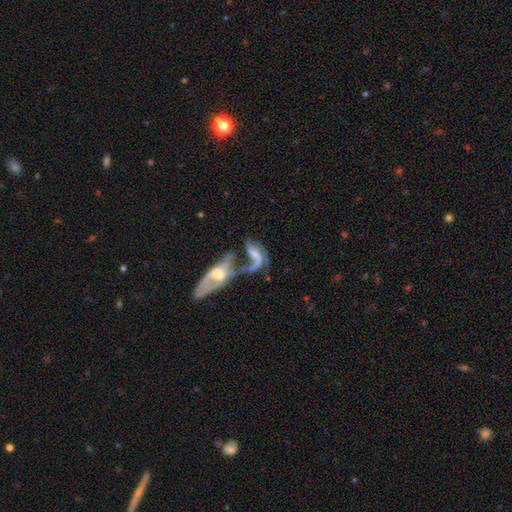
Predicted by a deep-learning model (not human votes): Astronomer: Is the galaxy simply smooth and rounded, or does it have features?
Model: featured or disk — 70%.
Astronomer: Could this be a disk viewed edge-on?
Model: no — 90%.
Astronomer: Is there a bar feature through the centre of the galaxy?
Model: no — 45% (runner-up: weak, 38%).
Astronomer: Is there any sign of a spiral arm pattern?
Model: yes — 75%.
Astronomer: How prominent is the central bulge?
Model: moderate — 36% (runner-up: small, 33%).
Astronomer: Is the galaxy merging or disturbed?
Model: merger — 63%.